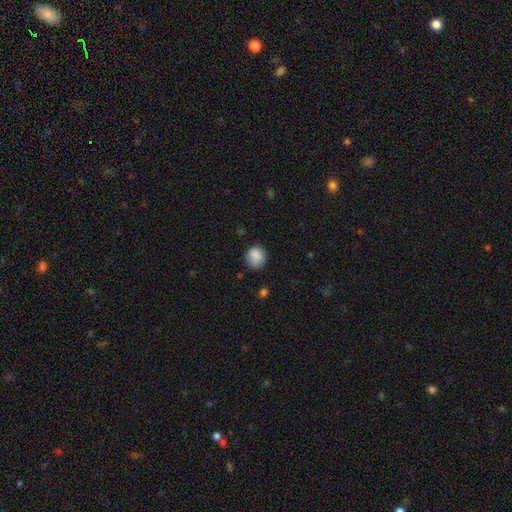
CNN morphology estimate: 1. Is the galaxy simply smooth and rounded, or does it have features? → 87% smooth, 8% star or artifact, 5% featured or disk.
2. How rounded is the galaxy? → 81% round, 18% in between, 1% cigar-shaped.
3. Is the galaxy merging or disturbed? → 74% none, 20% minor disturbance, 4% major disturbance, 2% merger.